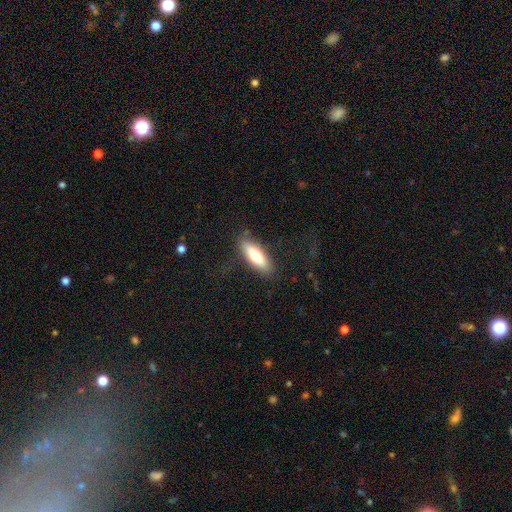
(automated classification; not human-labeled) Smooth or featured? Predicted: smooth (p=0.70). How rounded? Predicted: in between (p=0.54). Merging? Predicted: none (p=0.83).